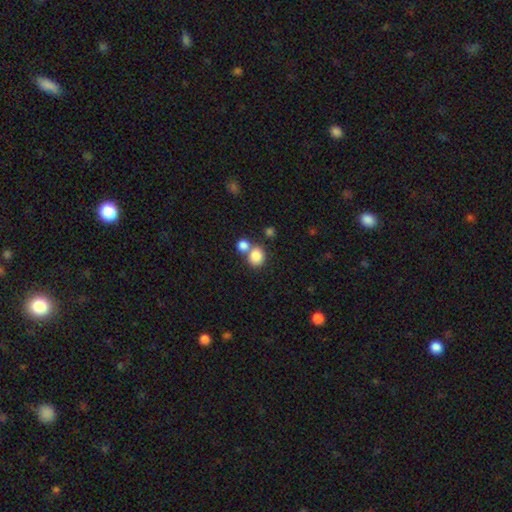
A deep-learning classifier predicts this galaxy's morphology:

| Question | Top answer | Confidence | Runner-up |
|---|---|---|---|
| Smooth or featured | smooth | 84% | star or artifact (9%) |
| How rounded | round | 70% | in between (29%) |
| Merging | none | 49% | merger (40%) |